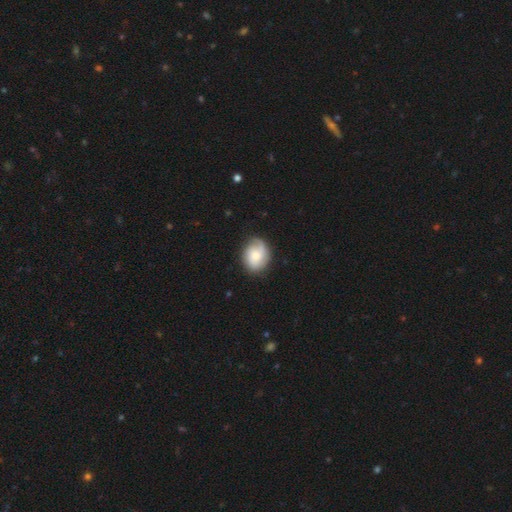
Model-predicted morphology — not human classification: Q: Smooth or featured?
A: smooth (52%); runner-up: featured or disk (40%)
Q: How rounded?
A: in between (52%); runner-up: round (47%)
Q: Merging?
A: none (73%); runner-up: minor disturbance (20%)